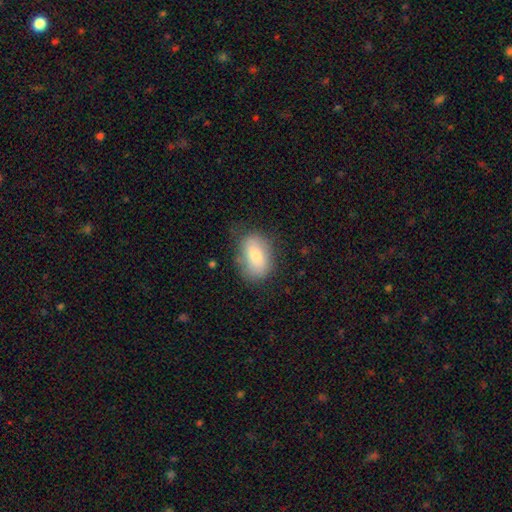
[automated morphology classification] Smooth or featured: smooth — 73% (featured or disk — 19%)
How rounded: in between — 86% (round — 12%)
Merging: none — 69% (minor disturbance — 23%)